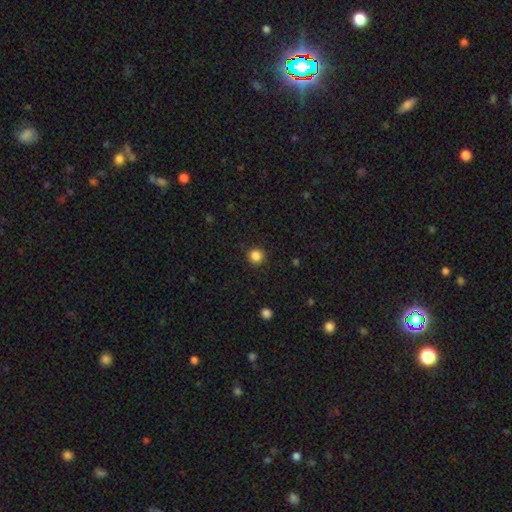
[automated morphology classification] A smooth galaxy with no disk features (85%) that is round (95%).

Vote fractions:
- Smooth or featured? smooth: 85% / star or artifact: 11% / featured or disk: 3%
- How rounded? round: 95% / in between: 4% / cigar-shaped: 1%
- Merging? none: 91% / minor disturbance: 6% / major disturbance: 2% / merger: 1%